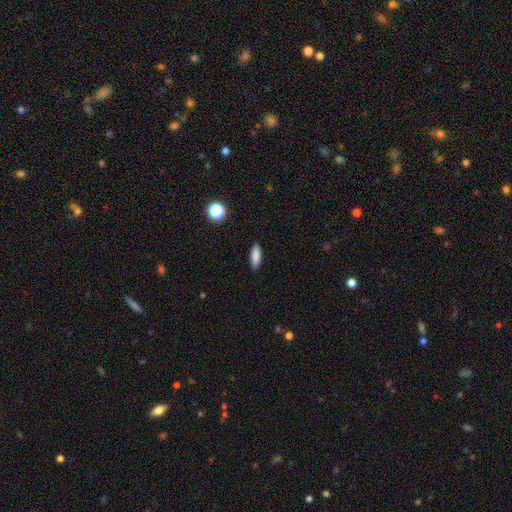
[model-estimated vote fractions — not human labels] A smooth galaxy with no disk features (85%) that is in between round and cigar-shaped (54%). Merging: none (89%).